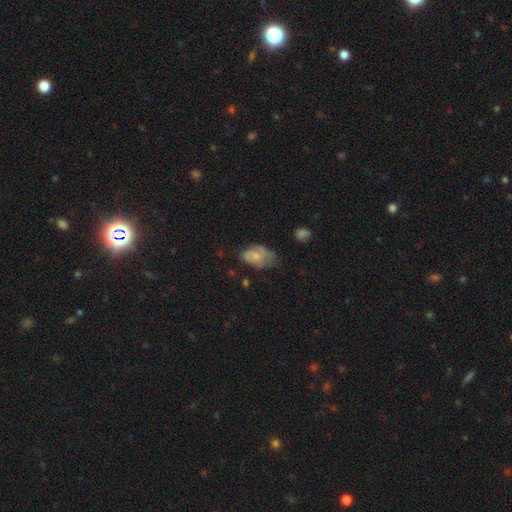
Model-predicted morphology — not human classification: Smooth or featured? smooth (56%)
How rounded? in between (89%)
Merging? minor disturbance (38%, tied with none)